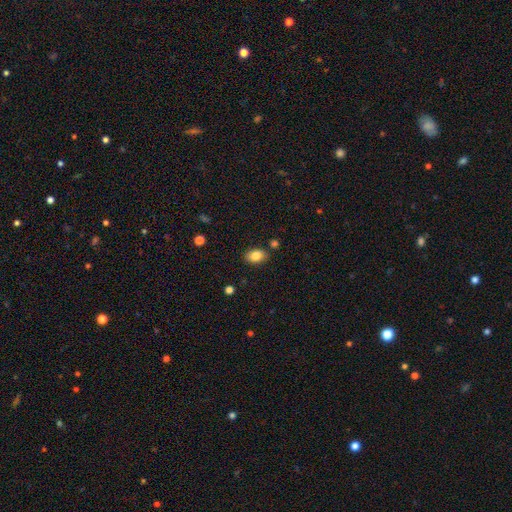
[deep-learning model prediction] Smooth or featured: smooth — 86% (star or artifact — 9%)
How rounded: in between — 81% (round — 18%)
Merging: none — 82% (minor disturbance — 12%)